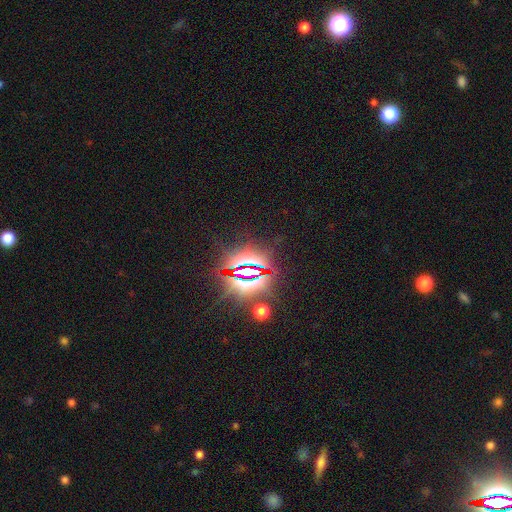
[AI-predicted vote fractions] This is clearly a star or artifact rather than a galaxy (84%).